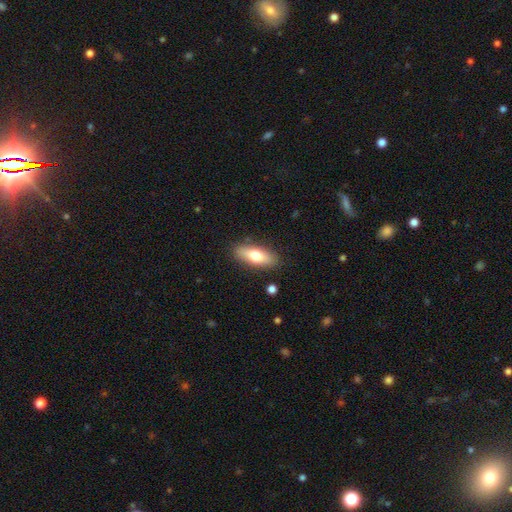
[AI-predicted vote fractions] The model was most divided on "how rounded": in between: 70%, cigar-shaped: 27%, round: 3%. More confident: merging — none (86%); smooth or featured — smooth (69%).